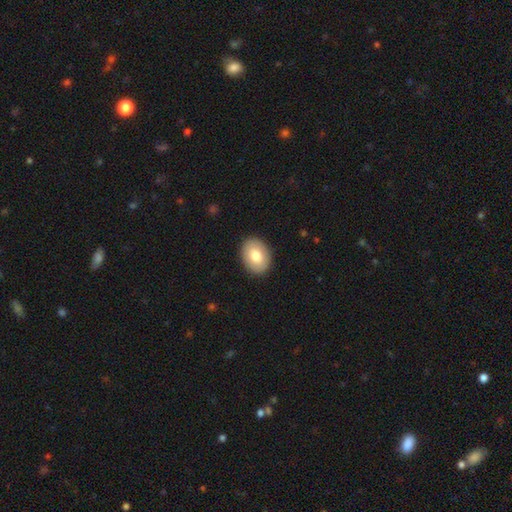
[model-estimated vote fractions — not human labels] Smooth or featured? Predicted: smooth (p=0.78). How rounded? Predicted: in between (p=0.75). Merging? Predicted: none (p=0.90).